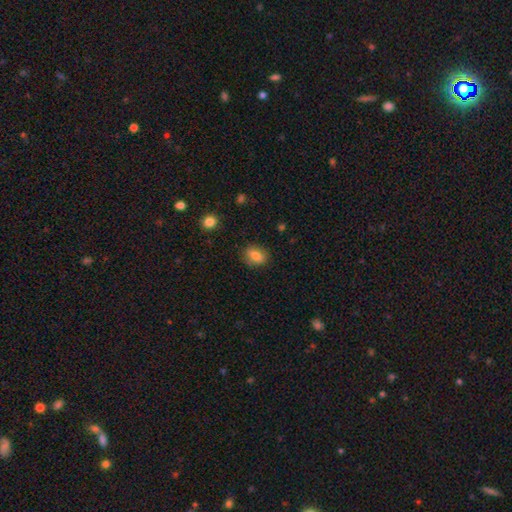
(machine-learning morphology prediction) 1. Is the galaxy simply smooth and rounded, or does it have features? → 81% smooth, 11% featured or disk, 8% star or artifact.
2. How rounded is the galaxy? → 75% in between, 23% round, 3% cigar-shaped.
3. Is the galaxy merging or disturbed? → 81% none, 14% minor disturbance, 3% major disturbance, 2% merger.